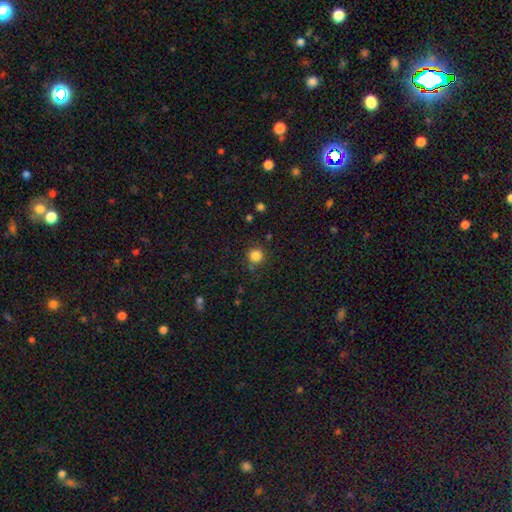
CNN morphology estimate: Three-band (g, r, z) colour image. It shows a smooth galaxy with no disk features (83%) that is round (94%). Merging: none (85%).